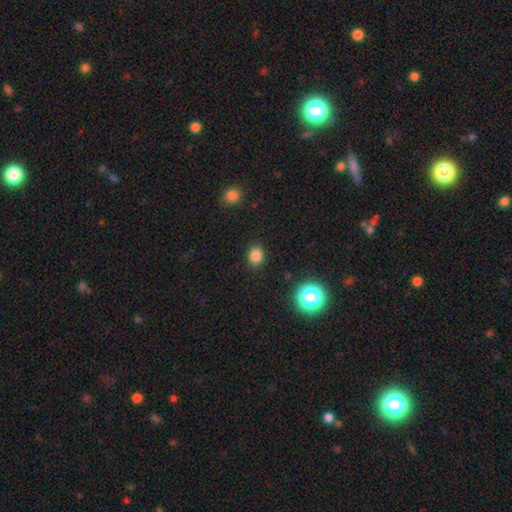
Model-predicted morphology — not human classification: Smooth or featured? smooth (82%)
How rounded? round (66%)
Merging? none (89%)